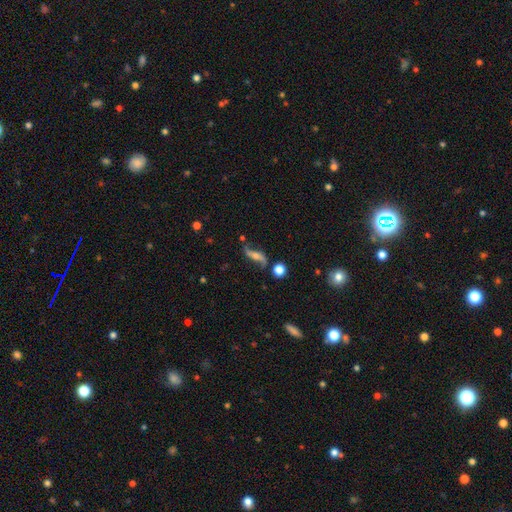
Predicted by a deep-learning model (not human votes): featured or disk 77%, smooth 14%, star or artifact 8%. Down the decision tree: edge-on disk — no (83%); bar — no (52%); spiral arms — yes (93%); spiral arm count — 2 (92%); spiral winding — loose (89%); bulge size — moderate (42%); merging — none (69%).